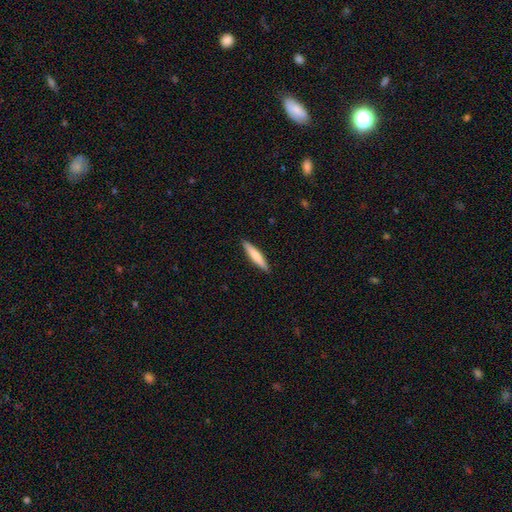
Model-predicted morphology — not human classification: Smooth or featured: smooth — 70% (featured or disk — 25%)
How rounded: cigar-shaped — 90% (in between — 9%)
Merging: none — 90% (minor disturbance — 7%)